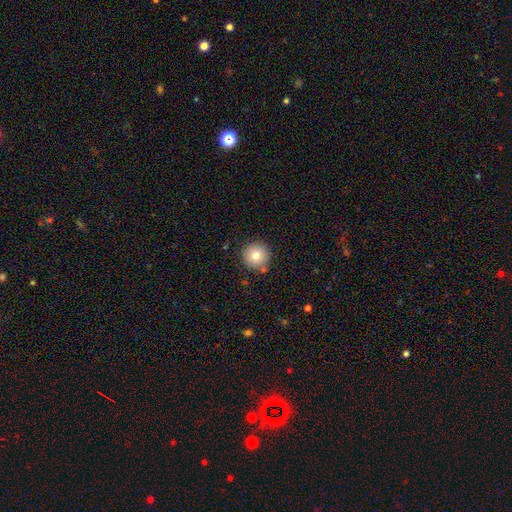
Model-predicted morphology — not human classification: The model was most divided on "smooth or featured": smooth: 79%, star or artifact: 11%, featured or disk: 11%. More confident: how rounded — round (96%); merging — none (85%).